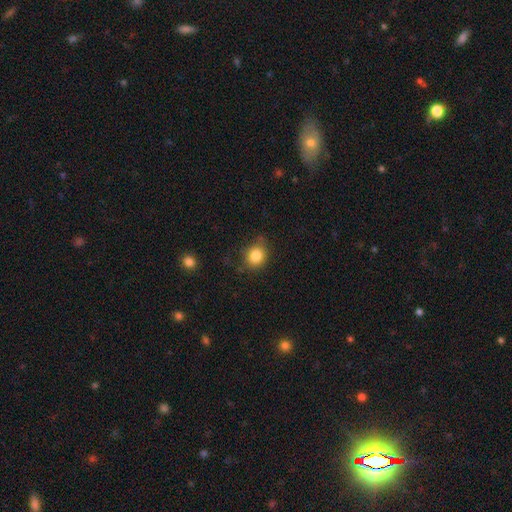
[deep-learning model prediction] This appears to be a smooth galaxy with no disk features (84%) that is round (69%). Merging: none (76%).